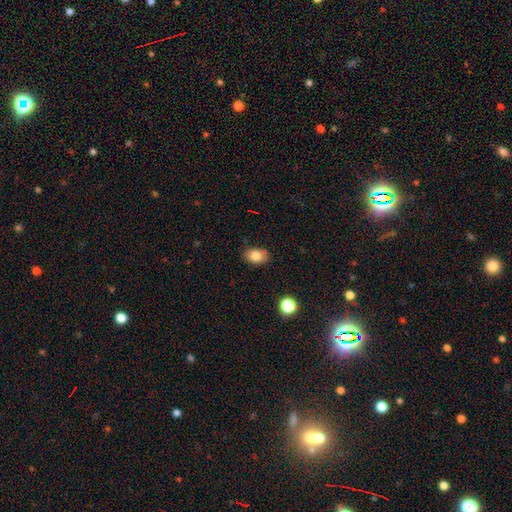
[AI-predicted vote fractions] Smooth or featured: smooth — 82% (star or artifact — 9%)
How rounded: in between — 80% (round — 19%)
Merging: none — 83% (minor disturbance — 13%)